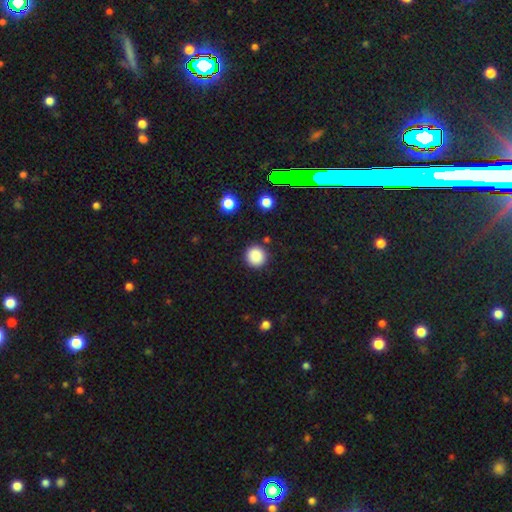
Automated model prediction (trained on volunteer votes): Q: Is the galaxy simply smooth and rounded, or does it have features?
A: smooth — 87%.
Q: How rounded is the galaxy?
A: round — 92%.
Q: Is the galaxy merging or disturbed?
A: none — 89%.